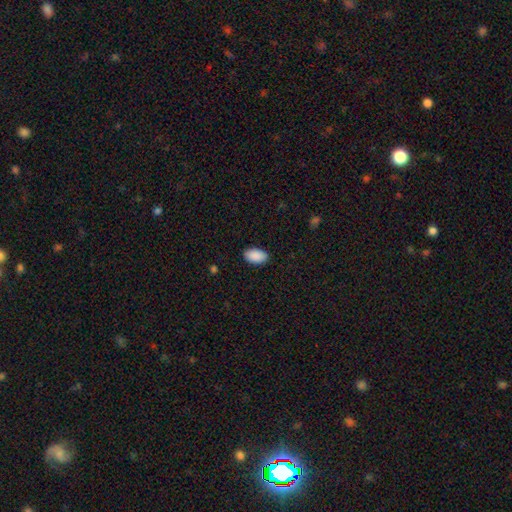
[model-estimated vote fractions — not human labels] Morphology: type=smooth (91%); roundness=in between (94%); merging=none (88%).